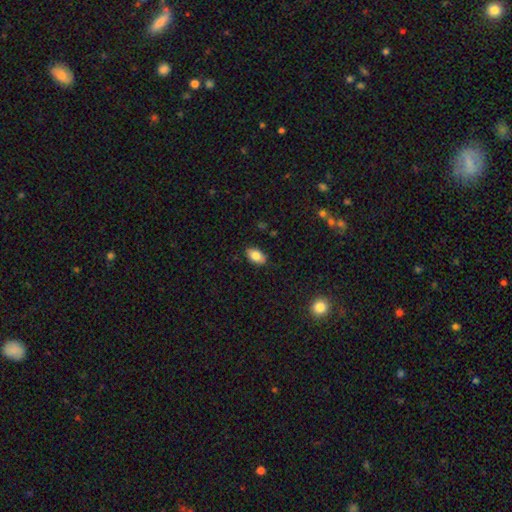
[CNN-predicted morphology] smooth_or_featured: smooth (p=0.82) [alt: featured or disk p=0.10]
how_rounded: in between (p=0.92) [alt: round p=0.07]
merging: none (p=0.87) [alt: minor disturbance p=0.10]